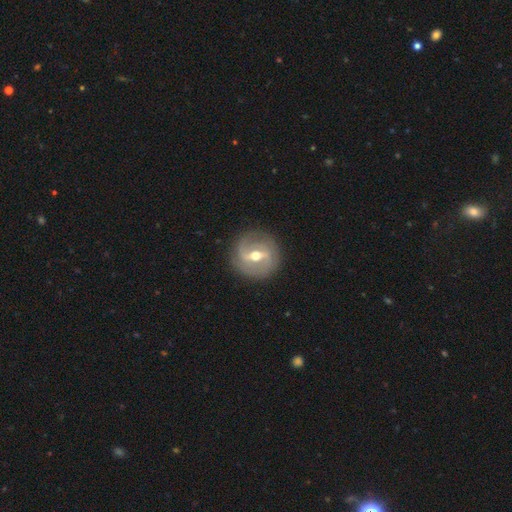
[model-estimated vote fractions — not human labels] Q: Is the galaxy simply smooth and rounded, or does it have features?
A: featured or disk — 80%.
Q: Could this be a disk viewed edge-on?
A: no — 94%.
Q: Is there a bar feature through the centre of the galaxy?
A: strong — 47%.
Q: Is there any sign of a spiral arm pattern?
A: yes — 81%.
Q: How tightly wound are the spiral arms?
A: medium — 39%.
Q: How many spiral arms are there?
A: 2 — 71%.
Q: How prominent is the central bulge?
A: moderate — 75%.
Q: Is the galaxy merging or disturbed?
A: none — 85%.